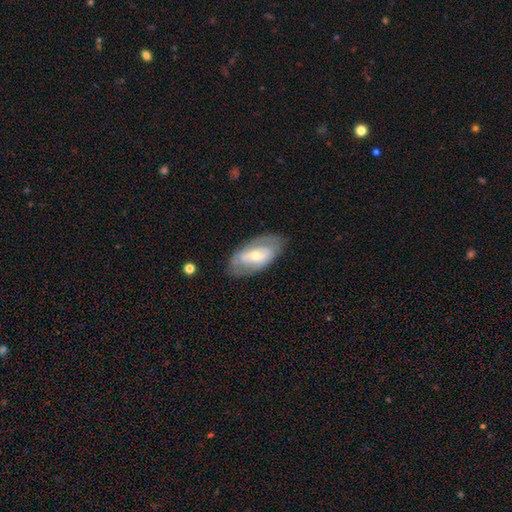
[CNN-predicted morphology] Smooth or featured? Predicted: featured or disk (p=0.61). Edge-on disk? Predicted: no (p=0.90). Bar? Predicted: no (p=0.54). Spiral arms? Predicted: no (p=0.55). Bulge size? Predicted: moderate (p=0.52). Merging? Predicted: none (p=0.78).